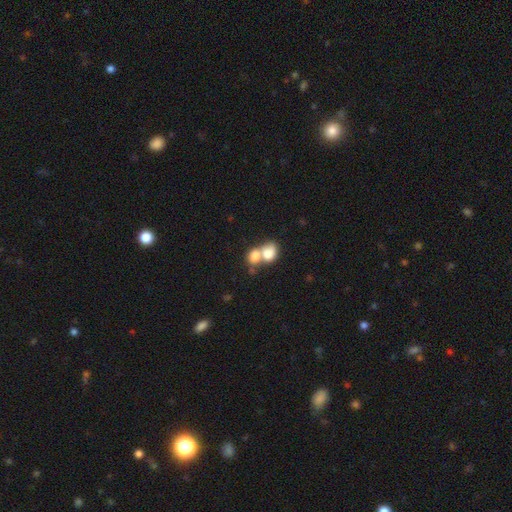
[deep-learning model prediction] smooth_or_featured: smooth (p=0.78) [alt: featured or disk p=0.14]
how_rounded: in between (p=0.53) [alt: round p=0.46]
merging: merger (p=0.75) [alt: none p=0.17]